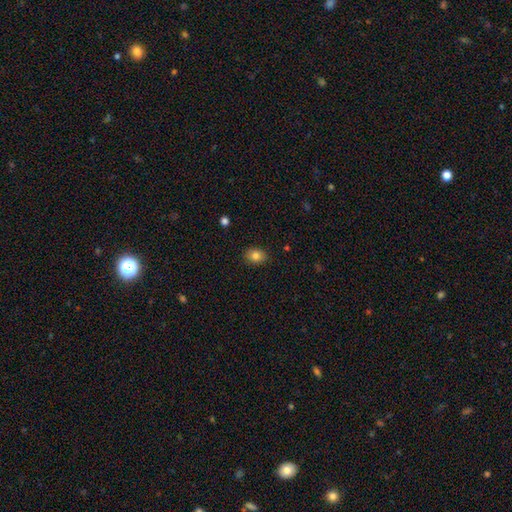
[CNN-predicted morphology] smooth-or-featured: smooth: 83% | star or artifact: 10% | featured or disk: 7%
  how-rounded: in between: 64% | round: 35% | cigar-shaped: 1%
  merging: none: 88% | minor disturbance: 9% | major disturbance: 2% | merger: 1%